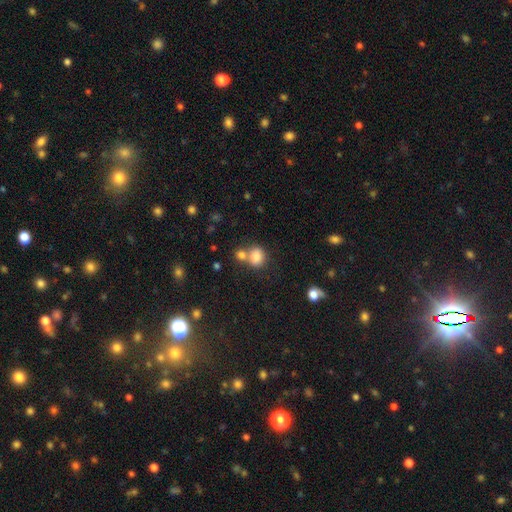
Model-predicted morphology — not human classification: smooth_or_featured: smooth (p=0.81) [alt: star or artifact p=0.10]
how_rounded: round (p=0.58) [alt: in between p=0.41]
merging: none (p=0.43) [alt: merger p=0.42]